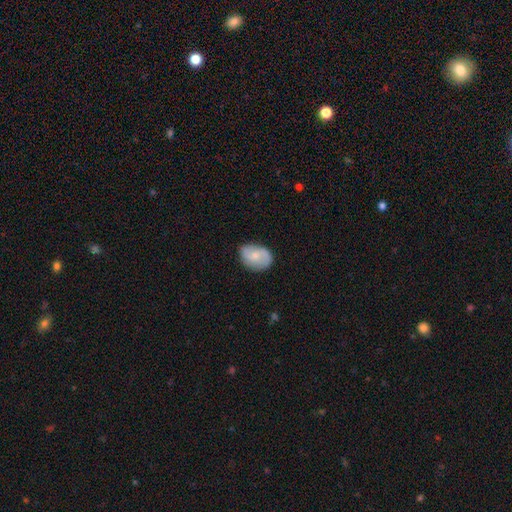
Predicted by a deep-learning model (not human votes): Smooth or featured: smooth — 48% (featured or disk — 46%)
Merging: none — 74% (minor disturbance — 20%)